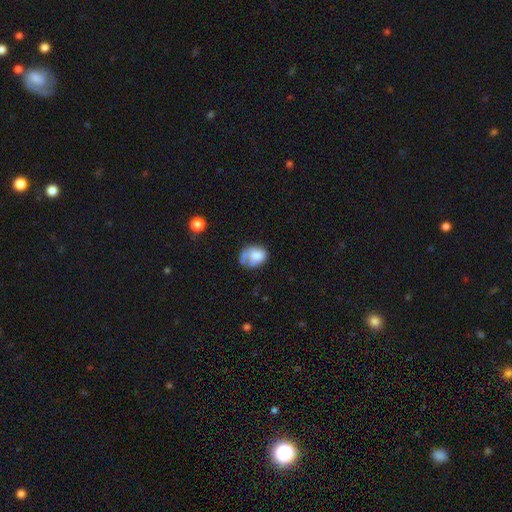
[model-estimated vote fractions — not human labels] Smooth or featured? smooth (68%)
How rounded? in between (54%)
Merging? none (38%)